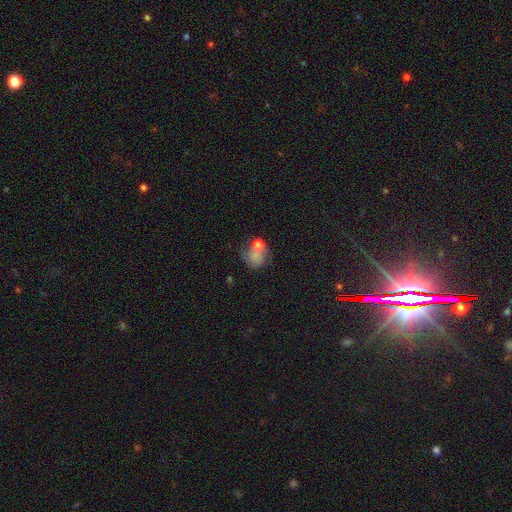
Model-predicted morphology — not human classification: smooth 51%, featured or disk 38%, star or artifact 11%. Down the decision tree: how rounded — round (63%); merging — none (36%).